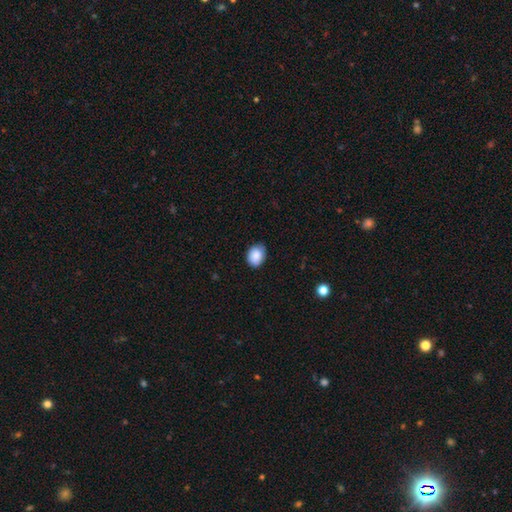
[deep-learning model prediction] smooth 88%, star or artifact 7%, featured or disk 5%. Down the decision tree: how rounded — in between (63%); merging — none (76%).